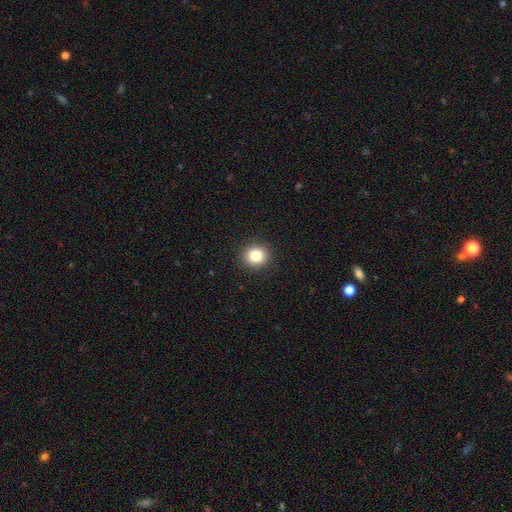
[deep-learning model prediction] Smooth or featured: smooth — 83% (star or artifact — 11%)
How rounded: round — 86% (in between — 13%)
Merging: none — 92% (minor disturbance — 6%)